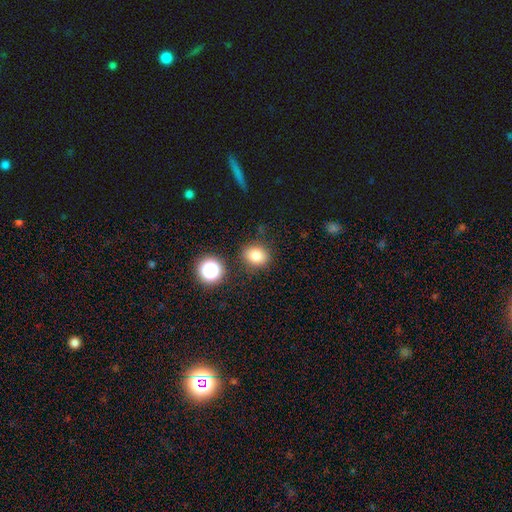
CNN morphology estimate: A smooth galaxy with no disk features (81%) that is round (62%). Merging: none (83%).